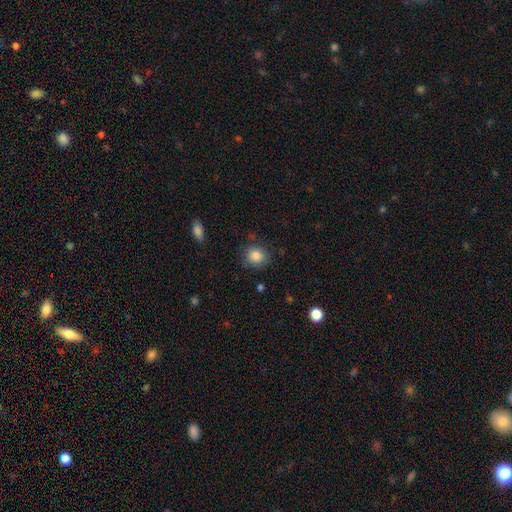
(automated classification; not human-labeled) Overall: smooth (85%). How rounded: round (80%). Merging: none (81%).